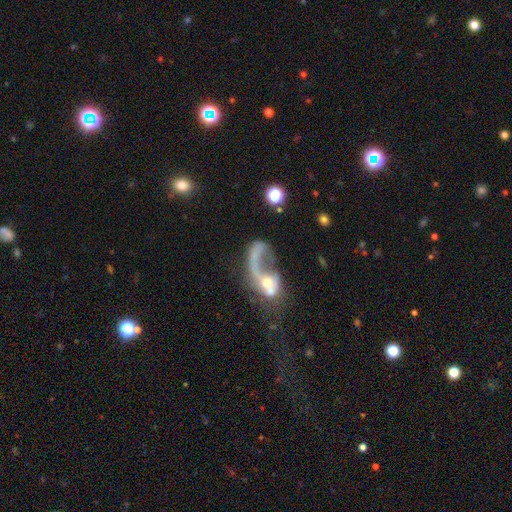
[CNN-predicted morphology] Smooth or featured? featured or disk (63%)
Edge-on disk? no (95%)
Bar? no (74%)
Spiral arms? yes (65%)
Bulge size? moderate (49%)
Merging? major disturbance (46%)